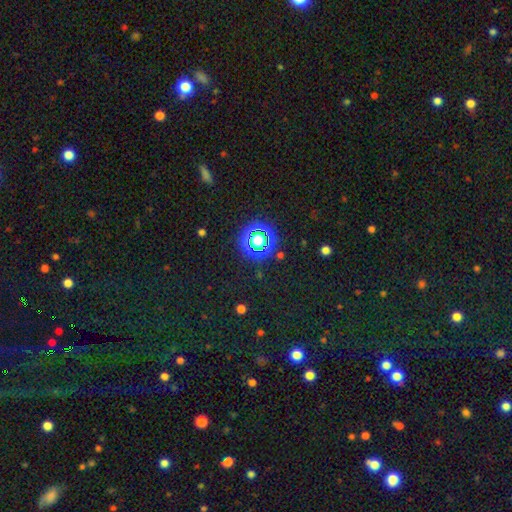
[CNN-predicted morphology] A star or artifact, not a galaxy (72%).